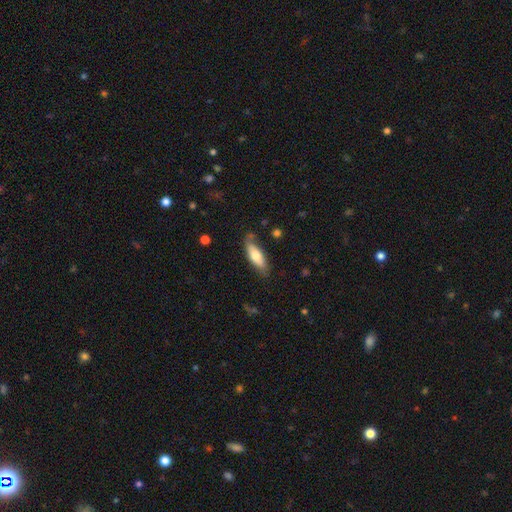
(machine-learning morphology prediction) The model was most divided on "how rounded": in between: 62%, cigar-shaped: 36%, round: 2%. More confident: smooth or featured — smooth (65%); merging — none (65%).